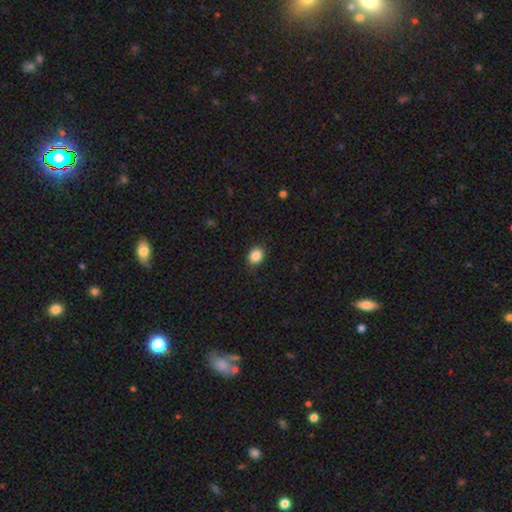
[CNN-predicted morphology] A smooth galaxy with no disk features (86%) that is round (55%).

Vote fractions:
- Smooth or featured? smooth: 86% / star or artifact: 9% / featured or disk: 4%
- How rounded? round: 55% / in between: 44% / cigar-shaped: 1%
- Merging? none: 84% / minor disturbance: 12% / major disturbance: 3% / merger: 1%